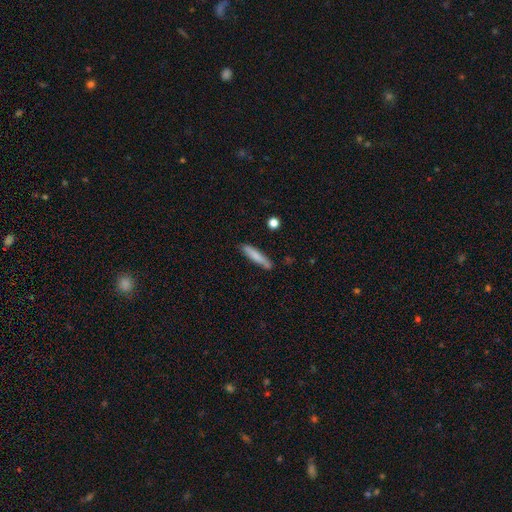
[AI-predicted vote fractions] smooth_or_featured: smooth (p=0.77) [alt: featured or disk p=0.17]
how_rounded: cigar-shaped (p=0.89) [alt: in between p=0.10]
merging: none (p=0.79) [alt: minor disturbance p=0.16]